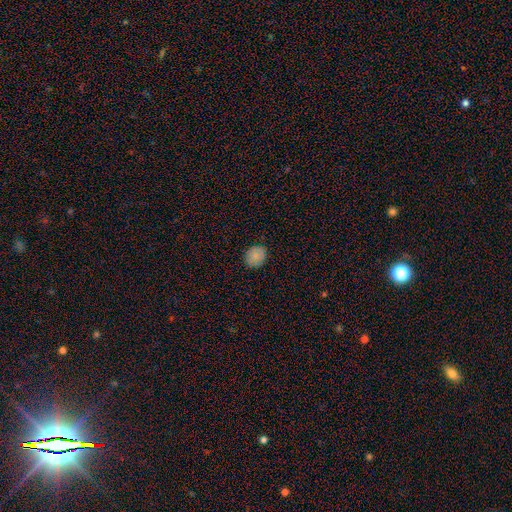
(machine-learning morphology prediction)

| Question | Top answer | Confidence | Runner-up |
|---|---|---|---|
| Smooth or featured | smooth | 84% | star or artifact (9%) |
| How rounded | round | 71% | in between (28%) |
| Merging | none | 88% | minor disturbance (9%) |